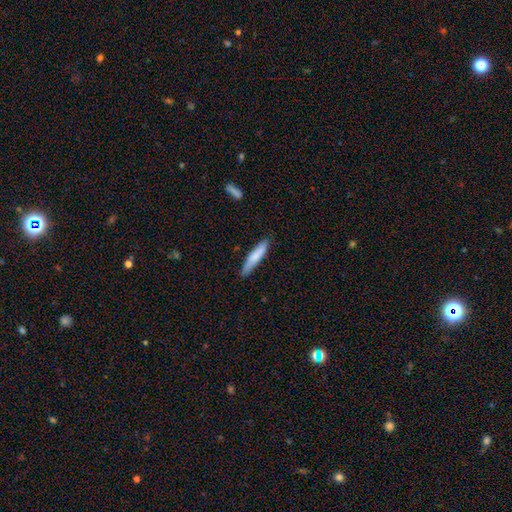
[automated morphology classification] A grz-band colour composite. It shows a smooth galaxy with no disk features (77%) that is cigar-shaped (87%). Merging: none (79%).